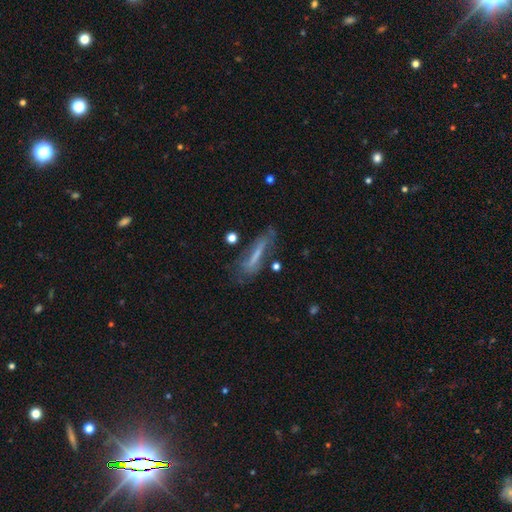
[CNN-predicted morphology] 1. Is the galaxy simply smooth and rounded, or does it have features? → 48% featured or disk, 40% smooth, 11% star or artifact.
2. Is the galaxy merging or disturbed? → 55% none, 24% minor disturbance, 16% major disturbance, 4% merger.